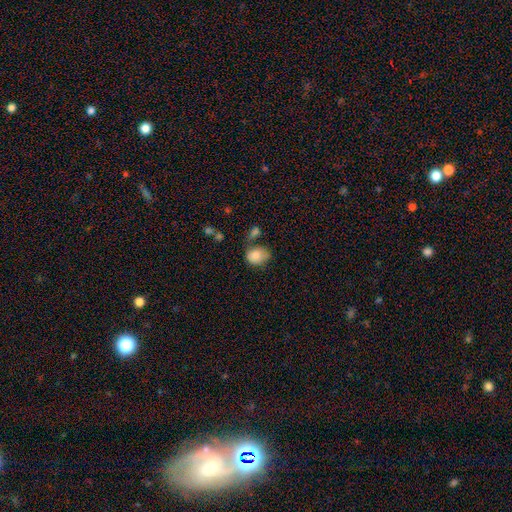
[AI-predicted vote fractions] Q: Smooth or featured?
A: smooth (83%); runner-up: featured or disk (9%)
Q: How rounded?
A: in between (57%); runner-up: round (42%)
Q: Merging?
A: none (44%); runner-up: minor disturbance (28%)